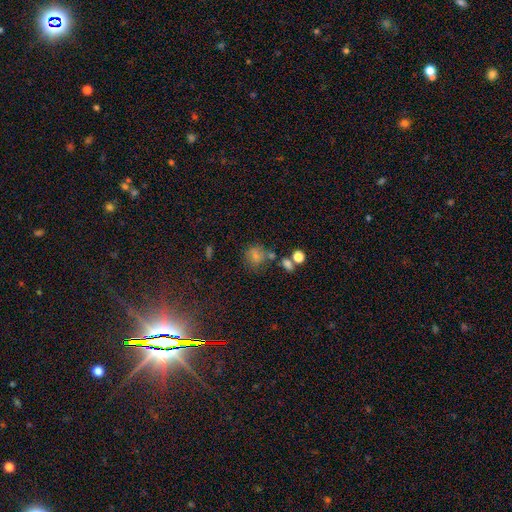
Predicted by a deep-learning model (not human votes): Morphology: type=smooth (71%); roundness=round (67%); merging=none (54%).